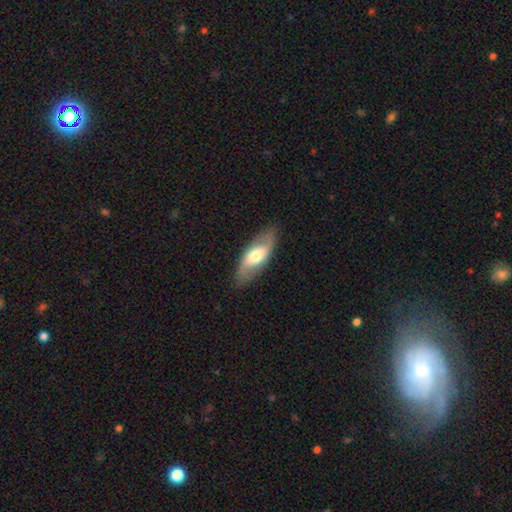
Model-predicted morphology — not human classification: A smooth galaxy with no disk features (48%).

Vote fractions:
- Smooth or featured? smooth: 48% / featured or disk: 46% / star or artifact: 5%
- Merging? none: 83% / minor disturbance: 12% / major disturbance: 3% / merger: 1%